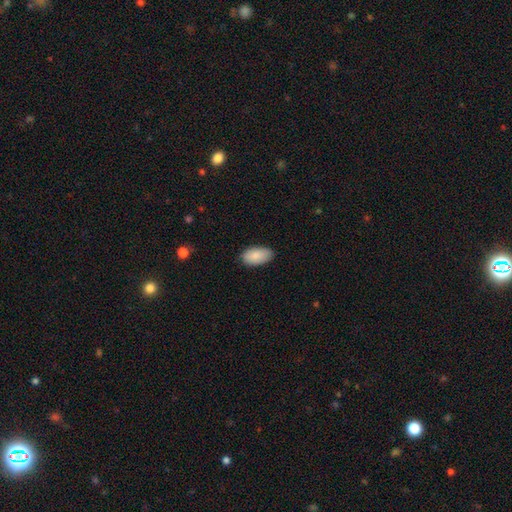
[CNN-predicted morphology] Smooth or featured? Predicted: smooth (p=0.87). How rounded? Predicted: in between (p=0.95). Merging? Predicted: none (p=0.82).